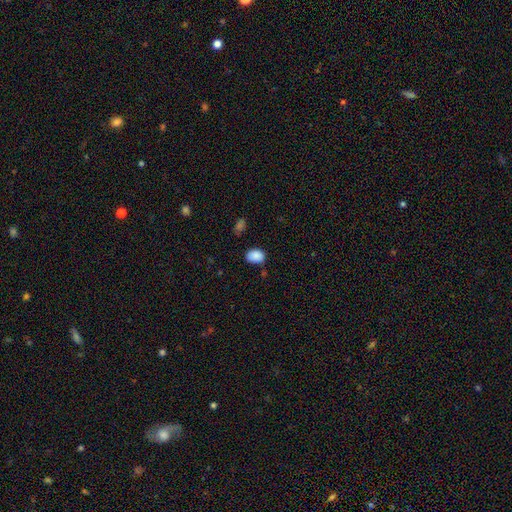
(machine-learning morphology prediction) Smooth or featured? smooth (88%)
How rounded? in between (75%)
Merging? none (72%)